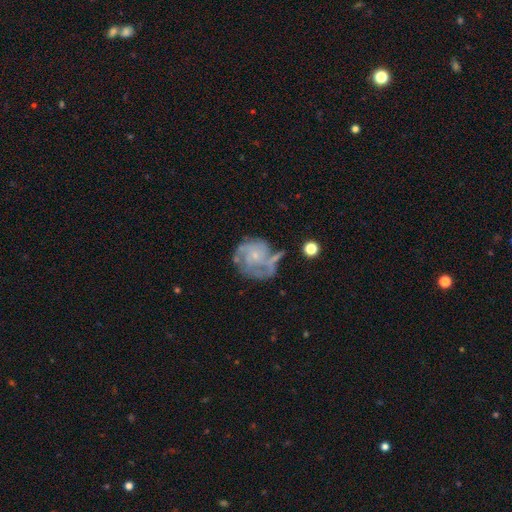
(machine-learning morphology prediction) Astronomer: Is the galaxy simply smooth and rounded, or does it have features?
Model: featured or disk — 79%.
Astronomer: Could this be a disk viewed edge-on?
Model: no — 98%.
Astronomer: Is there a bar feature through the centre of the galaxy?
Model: no — 78%.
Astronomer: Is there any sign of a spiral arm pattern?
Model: yes — 89%.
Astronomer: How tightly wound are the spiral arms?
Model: tight — 49% (runner-up: medium, 37%).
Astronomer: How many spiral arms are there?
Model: can't tell — 30% (runner-up: 3, 29%).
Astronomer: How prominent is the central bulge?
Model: small — 75%.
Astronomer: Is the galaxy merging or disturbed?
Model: none — 48% (runner-up: minor disturbance, 23%).